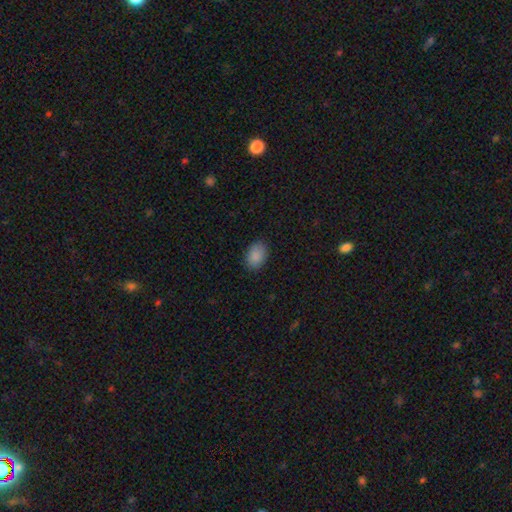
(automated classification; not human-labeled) This appears to be a smooth galaxy with no disk features (88%) that is in between round and cigar-shaped (84%). Merging: none (86%).